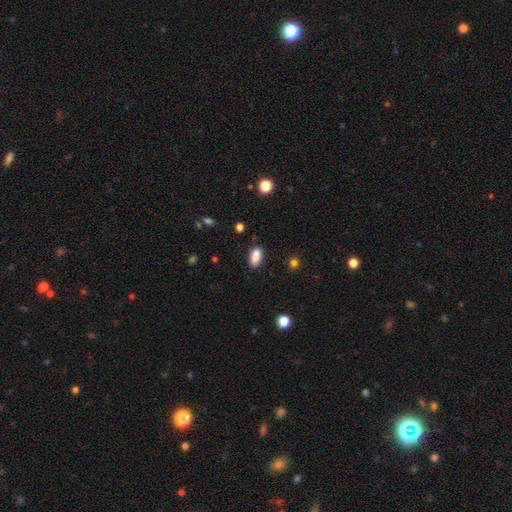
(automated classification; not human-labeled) Smooth or featured: smooth — 87% (star or artifact — 8%)
How rounded: in between — 89% (cigar-shaped — 7%)
Merging: none — 78% (minor disturbance — 17%)